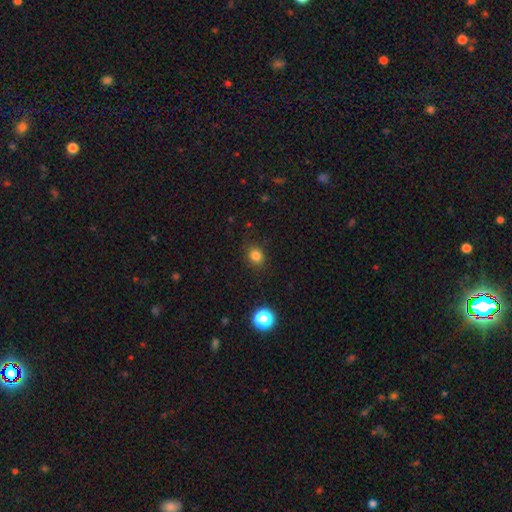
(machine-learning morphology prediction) type=smooth (82%); roundness=round (66%); merging=none (86%).